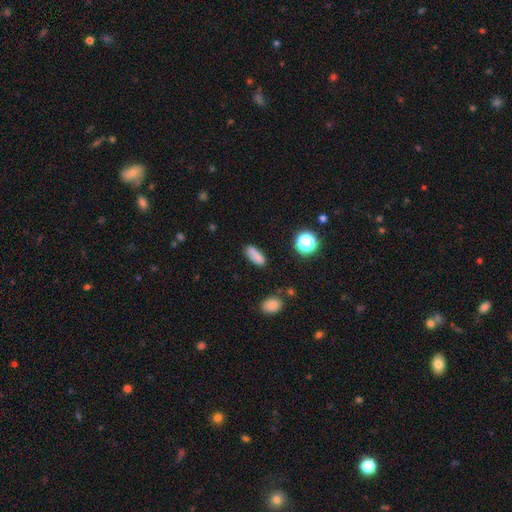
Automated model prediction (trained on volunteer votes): Smooth or featured?
  - smooth: 81% *
  - star or artifact: 12%
  - featured or disk: 8%
How rounded?
  - in between: 68% *
  - cigar-shaped: 28%
  - round: 5%
Merging?
  - none: 78% *
  - minor disturbance: 13%
  - merger: 4%
  - major disturbance: 4%